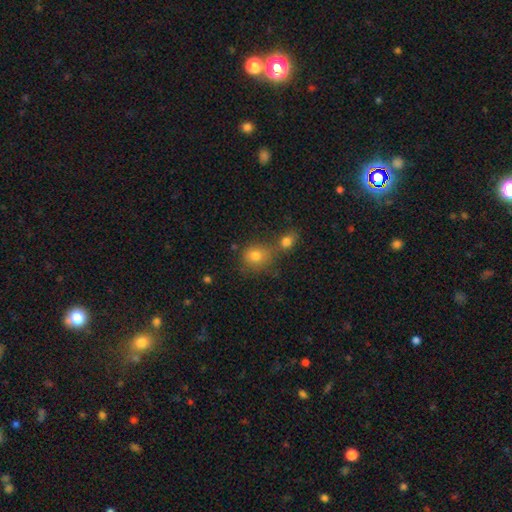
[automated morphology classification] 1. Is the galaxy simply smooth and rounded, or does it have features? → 77% smooth, 13% star or artifact, 10% featured or disk.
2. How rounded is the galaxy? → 76% round, 23% in between, 1% cigar-shaped.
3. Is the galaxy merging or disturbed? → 50% none, 35% merger, 11% minor disturbance, 4% major disturbance.